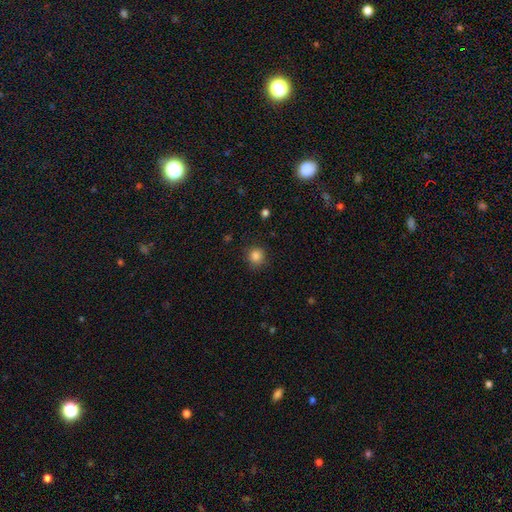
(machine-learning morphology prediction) Overall: smooth (85%). How rounded: round (90%). Merging: none (87%).